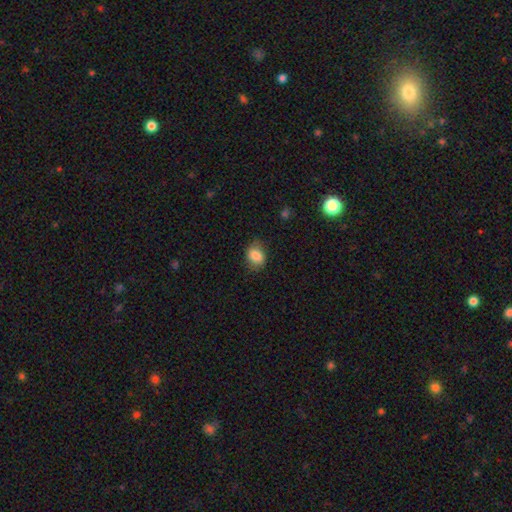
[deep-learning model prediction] A smooth galaxy with no disk features (83%) that is in between round and cigar-shaped (61%).

Vote fractions:
- Smooth or featured? smooth: 83% / star or artifact: 9% / featured or disk: 8%
- How rounded? in between: 61% / round: 38% / cigar-shaped: 1%
- Merging? none: 73% / minor disturbance: 21% / major disturbance: 5% / merger: 1%